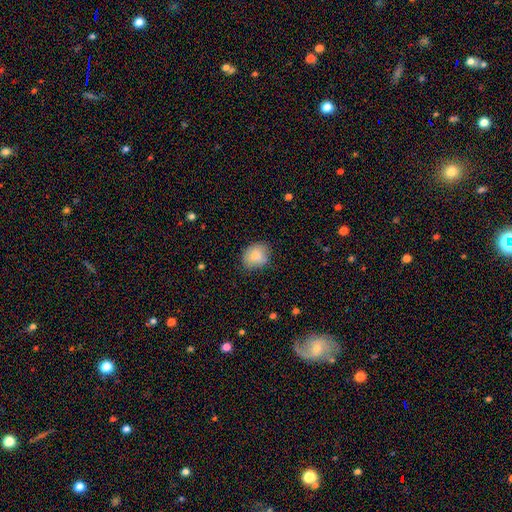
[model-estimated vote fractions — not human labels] Morphology: type=smooth (82%); roundness=round (59%); merging=none (75%).